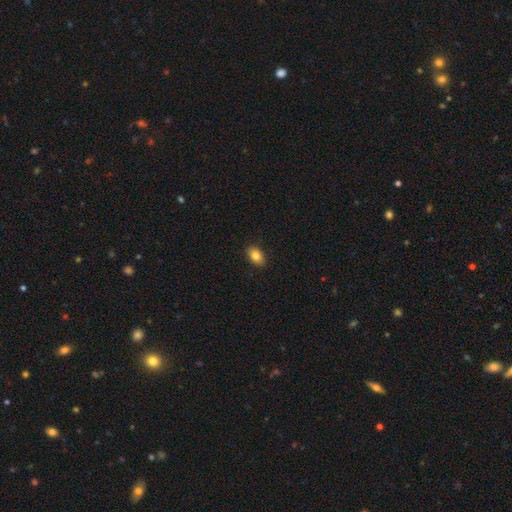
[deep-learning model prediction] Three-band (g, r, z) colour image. It shows a smooth galaxy with no disk features (84%) that is in between round and cigar-shaped (85%). Merging: none (90%).